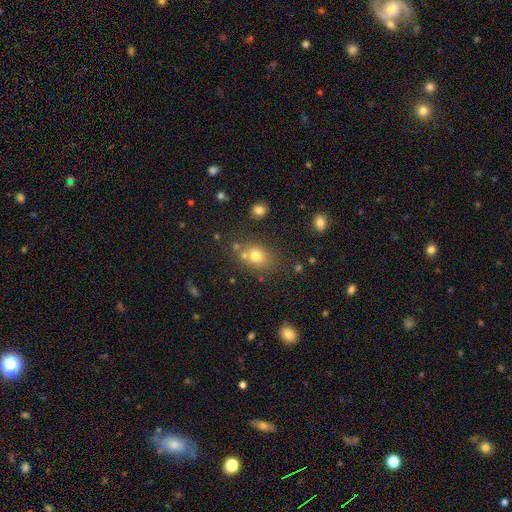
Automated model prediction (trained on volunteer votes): Q: Smooth or featured?
A: smooth (73%); runner-up: star or artifact (15%)
Q: How rounded?
A: round (52%); runner-up: in between (47%)
Q: Merging?
A: none (63%); runner-up: merger (19%)